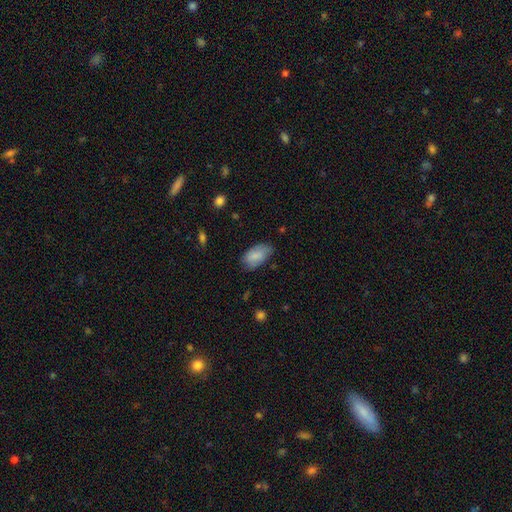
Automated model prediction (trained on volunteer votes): A smooth galaxy with no disk features (83%) that is in between round and cigar-shaped (94%). Merging: none (62%).